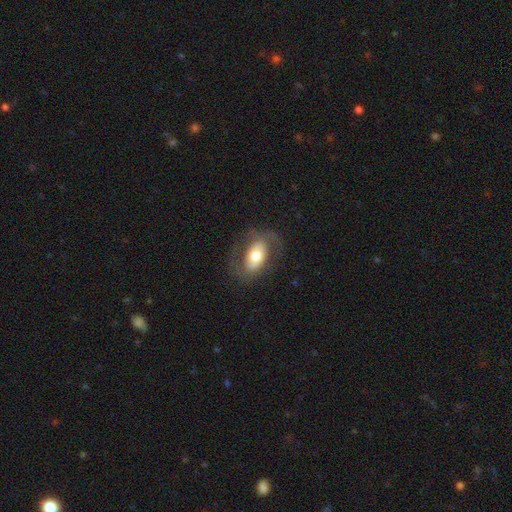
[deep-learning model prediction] This appears to be a smooth galaxy with no disk features (49%). Merging: none (72%).